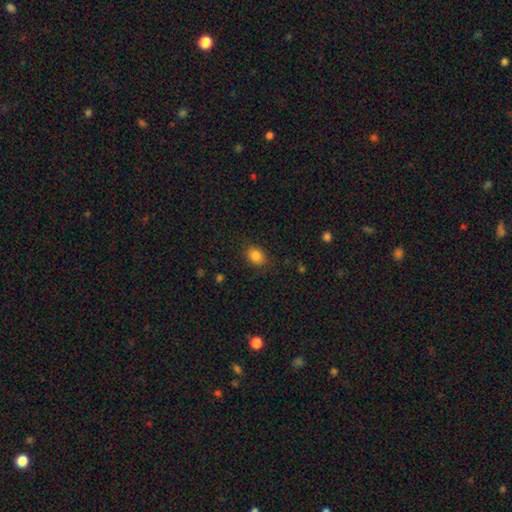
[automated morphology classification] This is clearly a smooth galaxy (85%). How rounded: likely in between (65%). Merging: clearly none (83%).